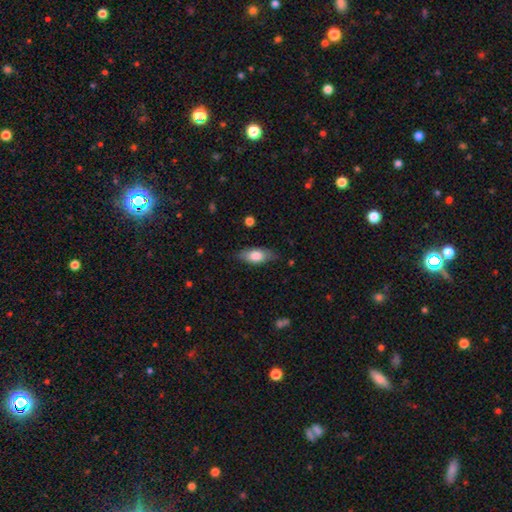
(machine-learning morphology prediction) The model was most divided on "smooth or featured": smooth: 74%, featured or disk: 20%, star or artifact: 6%. More confident: how rounded — in between (83%); merging — none (78%).